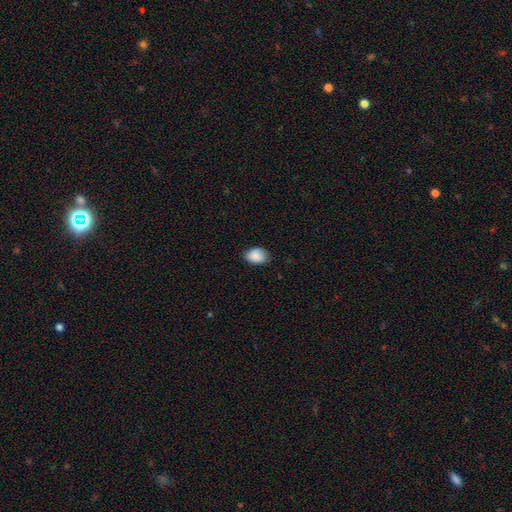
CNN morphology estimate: Smooth or featured? smooth (89%)
How rounded? in between (78%)
Merging? none (75%)